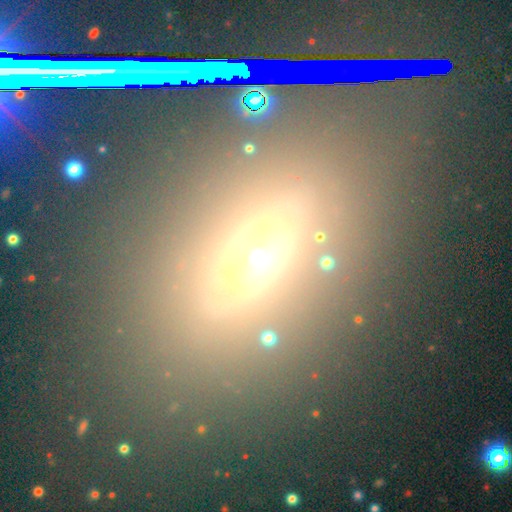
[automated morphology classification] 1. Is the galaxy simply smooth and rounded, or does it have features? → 48% smooth, 33% featured or disk, 19% star or artifact.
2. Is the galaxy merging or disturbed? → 75% none, 13% minor disturbance, 8% major disturbance, 4% merger.